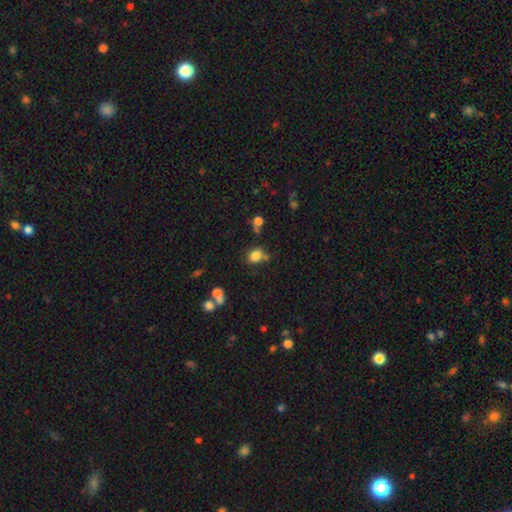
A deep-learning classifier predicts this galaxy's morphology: type=smooth (80%); roundness=in between (58%); merging=none (60%).